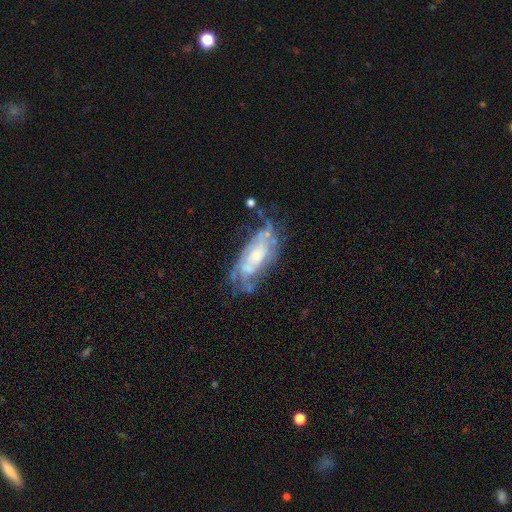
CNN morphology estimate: A featured or disk galaxy (72%) with no bar (64%), spiral arms (72%) and a moderate central bulge (40%). Merging: none (51%).